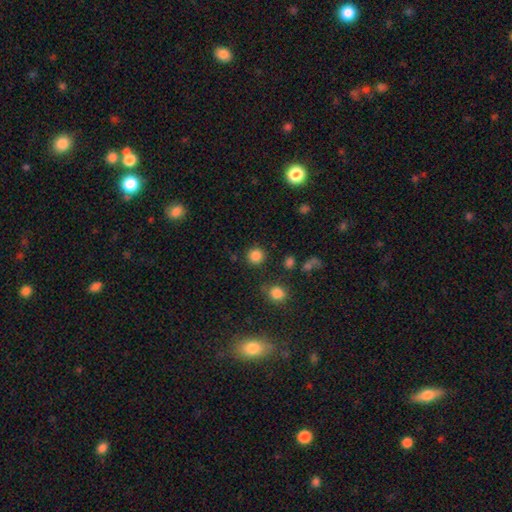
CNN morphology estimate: Smooth or featured: smooth — 84% (star or artifact — 12%)
How rounded: round — 94% (in between — 5%)
Merging: none — 88% (minor disturbance — 6%)